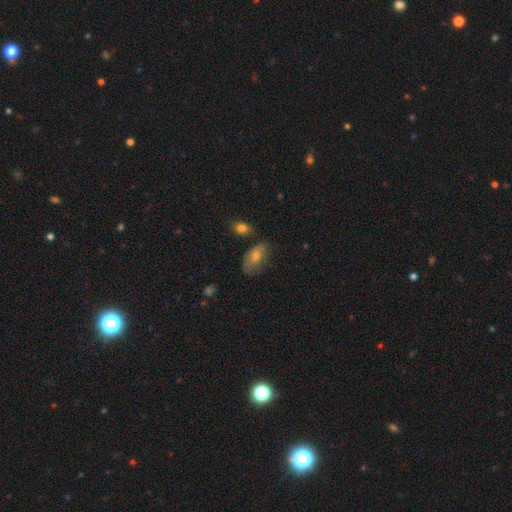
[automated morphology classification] Smooth or featured? Predicted: smooth (p=0.58). How rounded? Predicted: in between (p=0.89). Merging? Predicted: none (p=0.60).